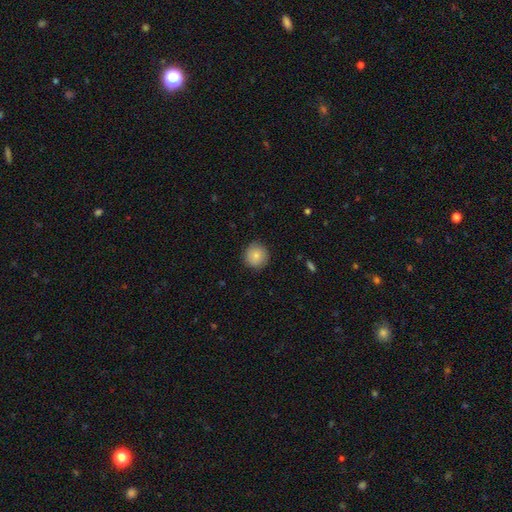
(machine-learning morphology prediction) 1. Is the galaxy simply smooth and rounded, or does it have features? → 82% smooth, 11% featured or disk, 7% star or artifact.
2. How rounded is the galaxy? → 93% round, 6% in between, 1% cigar-shaped.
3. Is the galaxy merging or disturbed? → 87% none, 9% minor disturbance, 2% major disturbance, 1% merger.